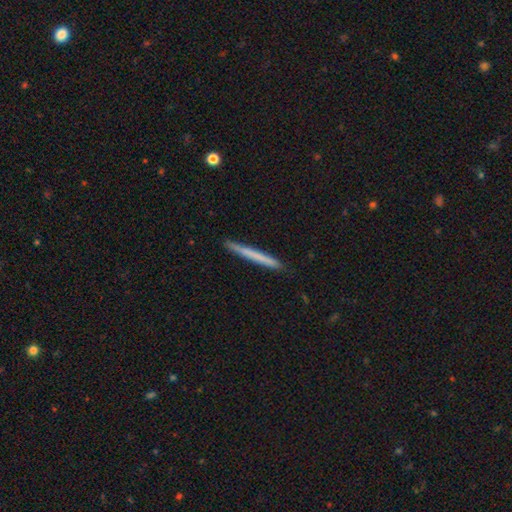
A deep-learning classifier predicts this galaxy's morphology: smooth 63%, featured or disk 31%, star or artifact 6%. Down the decision tree: how rounded — cigar-shaped (97%); merging — none (91%).